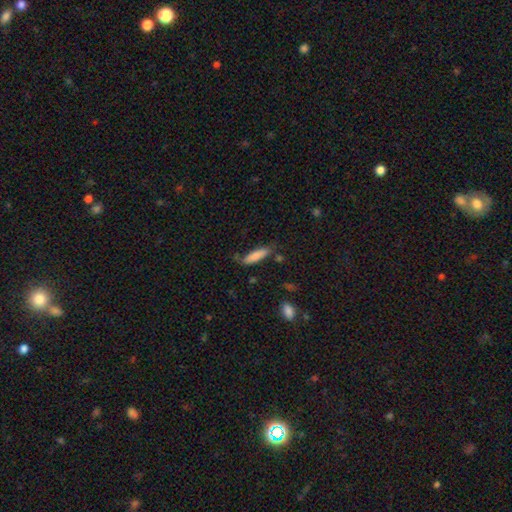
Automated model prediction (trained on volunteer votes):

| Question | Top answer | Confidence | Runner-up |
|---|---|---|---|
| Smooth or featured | smooth | 82% | featured or disk (12%) |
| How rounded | cigar-shaped | 72% | in between (27%) |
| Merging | none | 70% | minor disturbance (21%) |